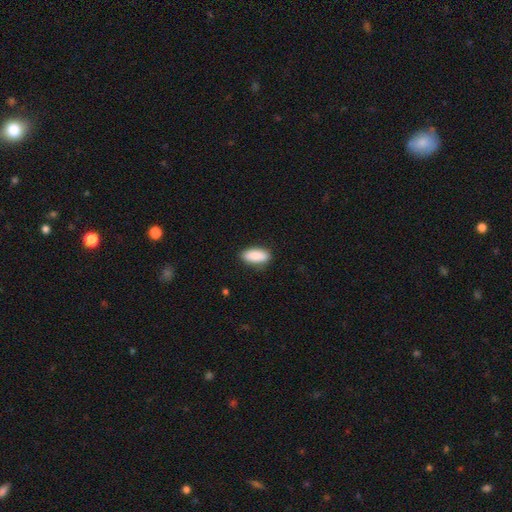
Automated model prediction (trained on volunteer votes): Overall: smooth (90%). How rounded: in between (89%). Merging: none (86%).